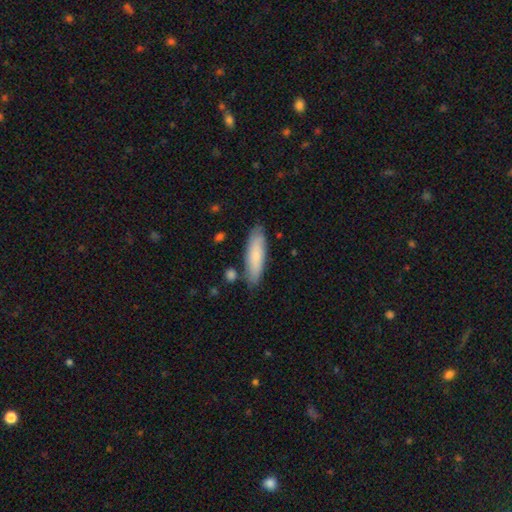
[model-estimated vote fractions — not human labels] The model was most divided on "how rounded": cigar-shaped: 58%, in between: 40%, round: 2%. More confident: merging — none (80%); smooth or featured — smooth (78%).